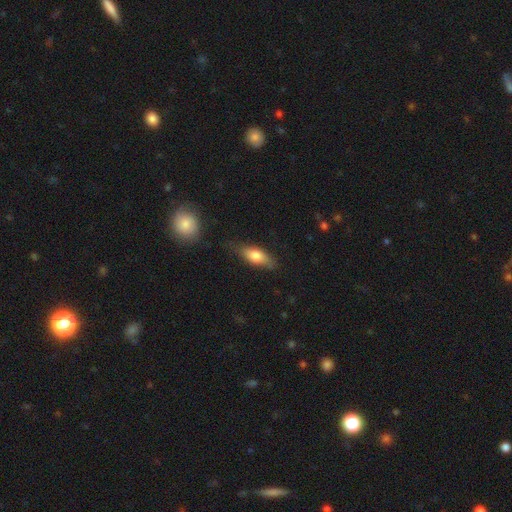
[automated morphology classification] smooth_or_featured: smooth (p=0.72) [alt: featured or disk p=0.21]
how_rounded: in between (p=0.70) [alt: cigar-shaped p=0.26]
merging: none (p=0.72) [alt: minor disturbance p=0.21]